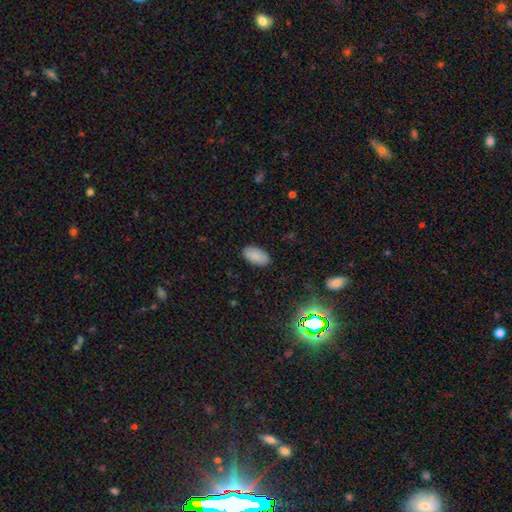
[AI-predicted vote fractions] The model was most divided on "smooth or featured": smooth: 86%, star or artifact: 8%, featured or disk: 5%. More confident: how rounded — in between (95%); merging — none (88%).